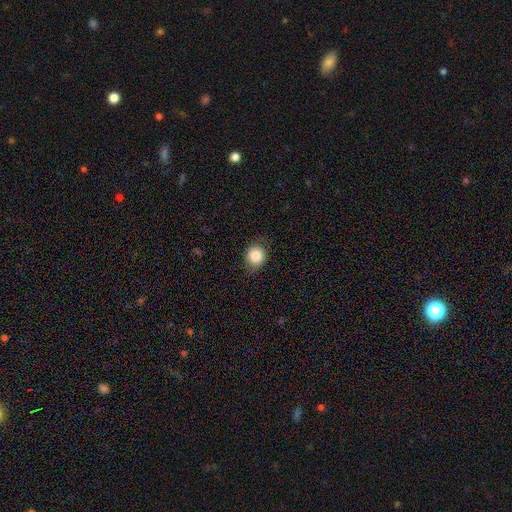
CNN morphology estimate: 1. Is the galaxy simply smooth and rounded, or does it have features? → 83% smooth, 9% star or artifact, 8% featured or disk.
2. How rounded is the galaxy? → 74% round, 25% in between, 1% cigar-shaped.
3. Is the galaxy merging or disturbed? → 76% none, 18% minor disturbance, 5% major disturbance, 1% merger.